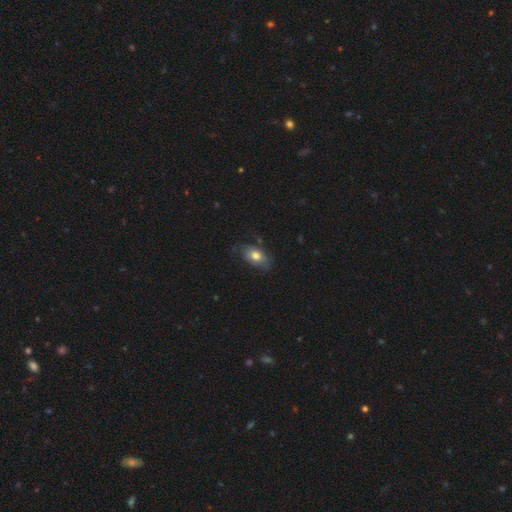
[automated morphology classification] A smooth galaxy with no disk features (69%) that is in between round and cigar-shaped (87%).

Vote fractions:
- Smooth or featured? smooth: 69% / featured or disk: 23% / star or artifact: 8%
- How rounded? in between: 87% / round: 10% / cigar-shaped: 3%
- Merging? none: 60% / minor disturbance: 28% / major disturbance: 9% / merger: 2%